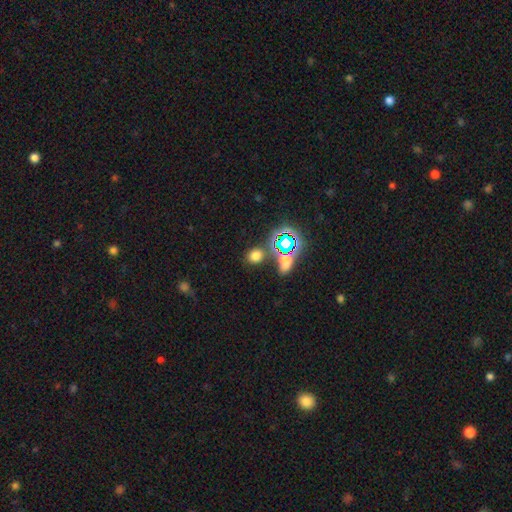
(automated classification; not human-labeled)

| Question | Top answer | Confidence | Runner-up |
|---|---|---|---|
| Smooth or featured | smooth | 65% | star or artifact (28%) |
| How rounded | round | 62% | in between (37%) |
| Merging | none | 76% | merger (10%) |